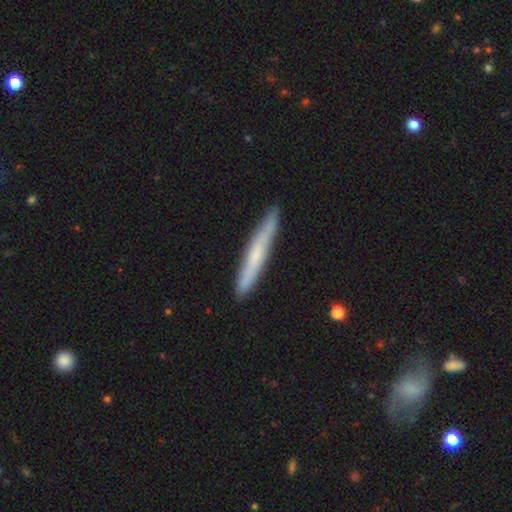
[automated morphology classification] A smooth galaxy with no disk features (51%) that is cigar-shaped (96%).

Vote fractions:
- Smooth or featured? smooth: 51% / featured or disk: 43% / star or artifact: 6%
- How rounded? cigar-shaped: 96% / in between: 3% / round: 1%
- Merging? none: 88% / minor disturbance: 9% / major disturbance: 1% / merger: 1%